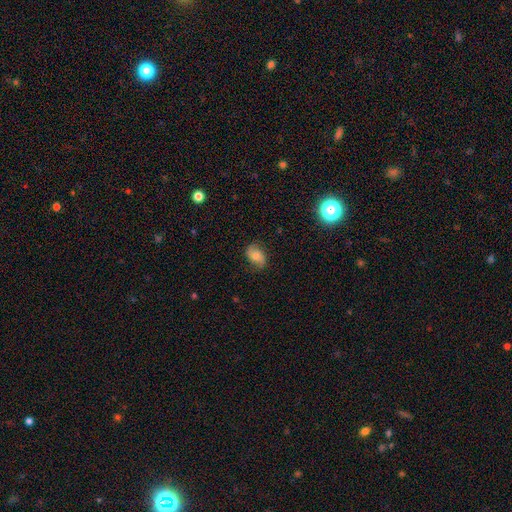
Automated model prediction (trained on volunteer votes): smooth-or-featured: smooth: 50% | featured or disk: 40% | star or artifact: 10%
  merging: none: 74% | minor disturbance: 19% | major disturbance: 6% | merger: 1%